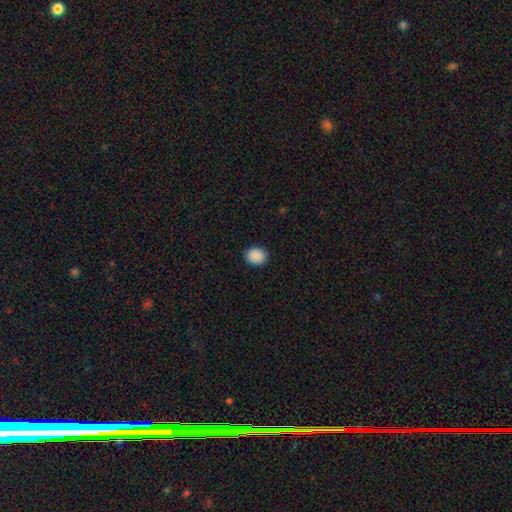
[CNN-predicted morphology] Smooth or featured?
  - smooth: 90% *
  - star or artifact: 8%
  - featured or disk: 2%
How rounded?
  - round: 63% *
  - in between: 36%
  - cigar-shaped: 1%
Merging?
  - none: 90% *
  - minor disturbance: 7%
  - major disturbance: 2%
  - merger: 1%